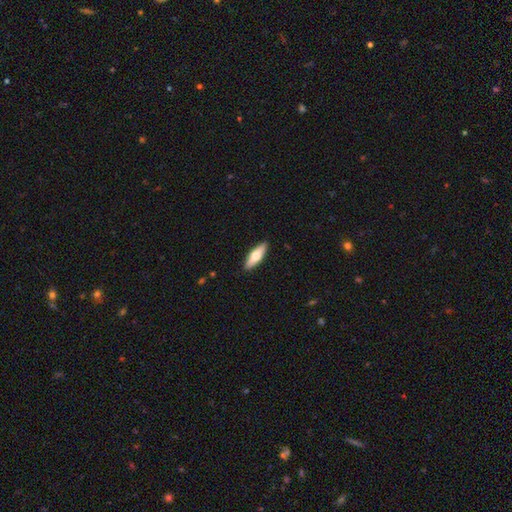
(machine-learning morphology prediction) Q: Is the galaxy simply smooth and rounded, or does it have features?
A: smooth — 61%.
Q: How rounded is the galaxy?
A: cigar-shaped — 49%.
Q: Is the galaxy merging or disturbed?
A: none — 90%.